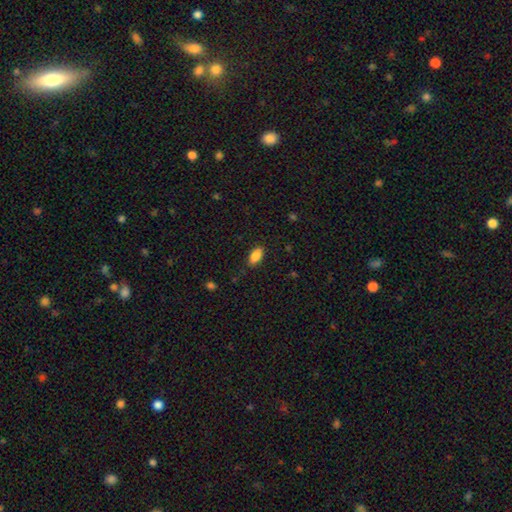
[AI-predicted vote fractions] Overall: smooth (87%). How rounded: in between (91%). Merging: none (83%).